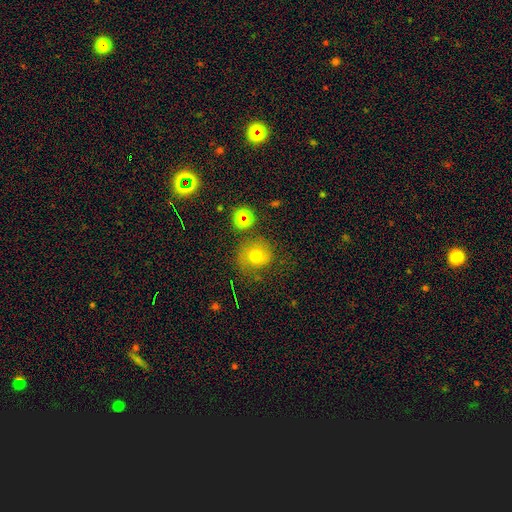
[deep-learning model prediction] A smooth galaxy with no disk features (66%) that is round (86%). Merging: none (66%).